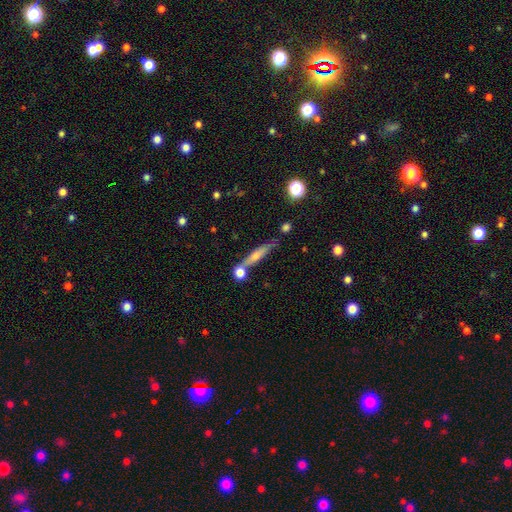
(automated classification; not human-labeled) Smooth or featured? Predicted: featured or disk (p=0.49). Merging? Predicted: none (p=0.71).